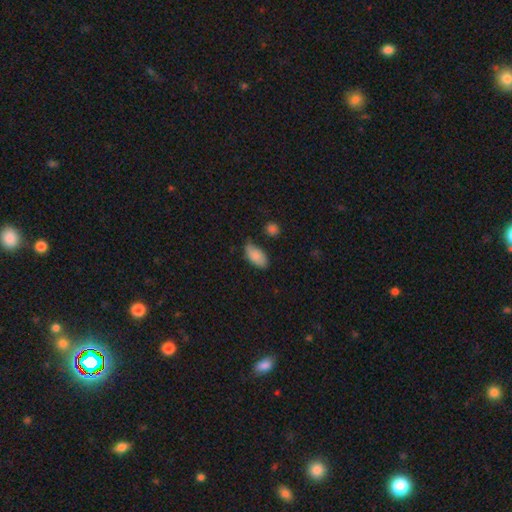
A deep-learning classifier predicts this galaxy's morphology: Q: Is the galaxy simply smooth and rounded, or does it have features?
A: smooth — 86%.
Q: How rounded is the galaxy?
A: in between — 93%.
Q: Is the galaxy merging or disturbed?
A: none — 64%.